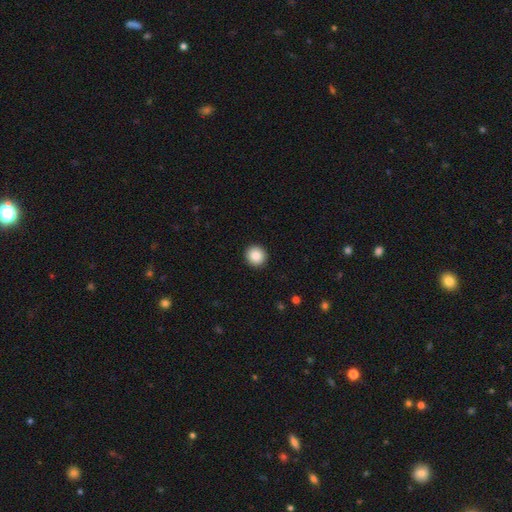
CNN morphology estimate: Smooth or featured?
  - smooth: 88% *
  - star or artifact: 8%
  - featured or disk: 3%
How rounded?
  - round: 92% *
  - in between: 7%
  - cigar-shaped: 1%
Merging?
  - none: 93% *
  - minor disturbance: 5%
  - major disturbance: 2%
  - merger: 1%